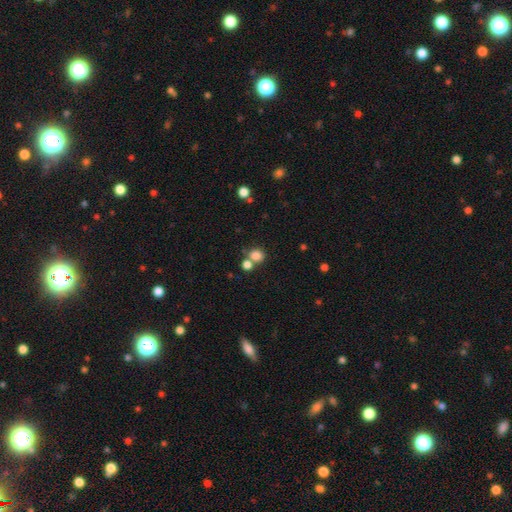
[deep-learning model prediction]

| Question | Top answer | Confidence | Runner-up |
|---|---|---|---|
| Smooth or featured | smooth | 80% | star or artifact (13%) |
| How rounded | round | 71% | in between (28%) |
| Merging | none | 52% | merger (35%) |